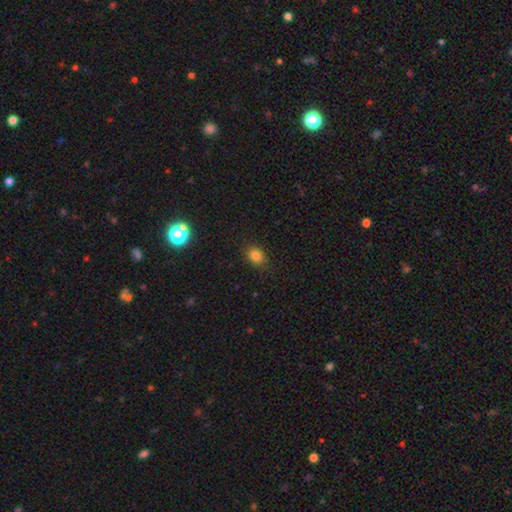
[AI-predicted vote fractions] This is clearly a smooth galaxy (81%). How rounded: possibly in between (54%). Merging: clearly none (85%).